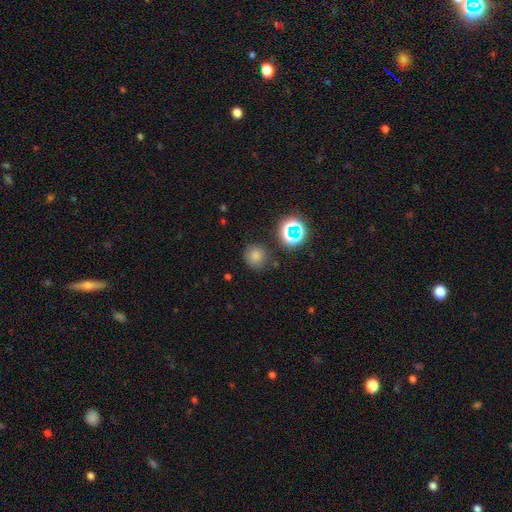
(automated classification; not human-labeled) Smooth or featured? smooth (74%)
How rounded? round (88%)
Merging? none (81%)